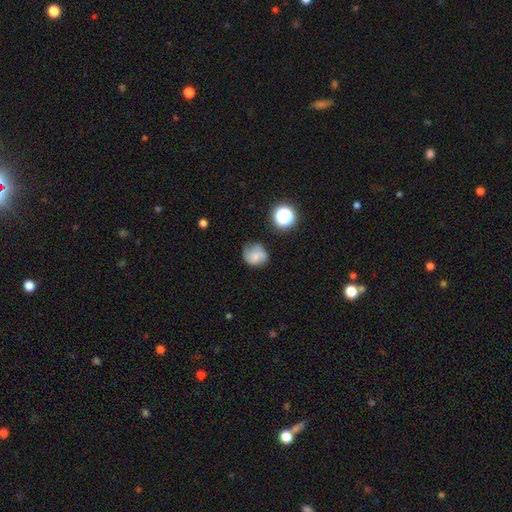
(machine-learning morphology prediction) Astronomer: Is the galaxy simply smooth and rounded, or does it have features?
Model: smooth — 60%.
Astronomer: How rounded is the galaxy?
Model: round — 79%.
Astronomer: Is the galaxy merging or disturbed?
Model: none — 61%.